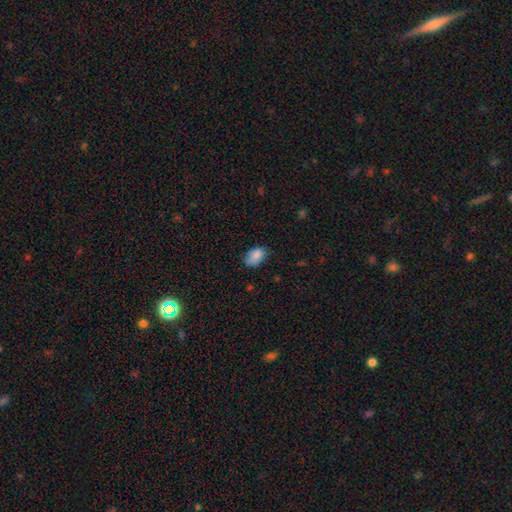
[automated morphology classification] The model was most divided on "merging": none: 64%, minor disturbance: 29%, major disturbance: 6%, merger: 2%. More confident: how rounded — in between (85%); smooth or featured — smooth (85%).